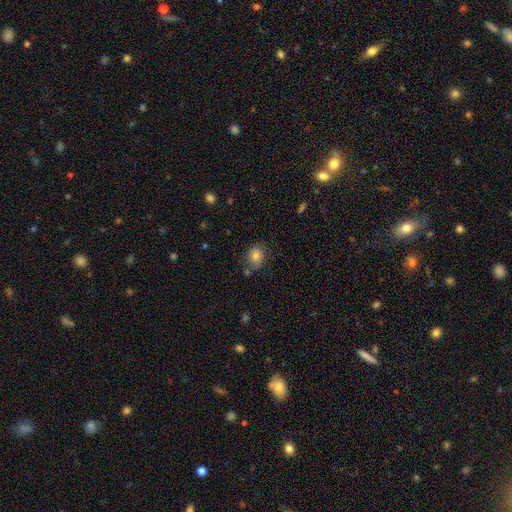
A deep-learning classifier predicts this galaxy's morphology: Overall: smooth (74%). How rounded: round (51%; in between 48%). Merging: none (67%).